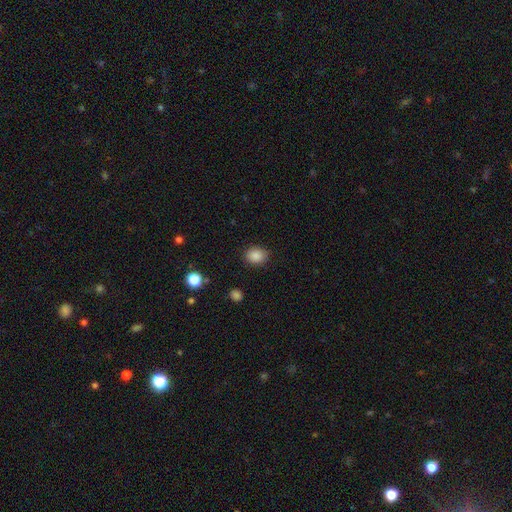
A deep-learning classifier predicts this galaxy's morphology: smooth-or-featured: smooth: 87% | star or artifact: 10% | featured or disk: 4%
  how-rounded: in between: 50% | round: 49% | cigar-shaped: 1%
  merging: none: 85% | minor disturbance: 11% | major disturbance: 3% | merger: 1%